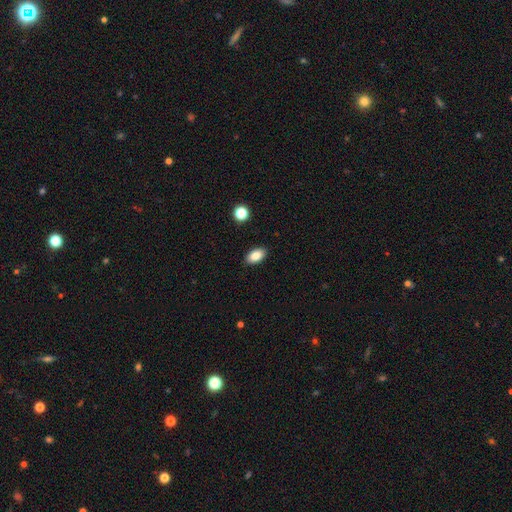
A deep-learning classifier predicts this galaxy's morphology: This is clearly a smooth galaxy (86%). How rounded: clearly in between (92%). Merging: clearly none (89%).